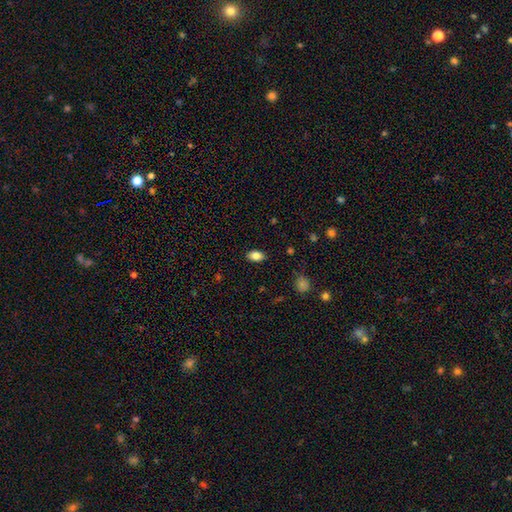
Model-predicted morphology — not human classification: smooth-or-featured: smooth: 84% | star or artifact: 9% | featured or disk: 7%
  how-rounded: in between: 88% | round: 11% | cigar-shaped: 2%
  merging: none: 86% | minor disturbance: 11% | major disturbance: 2% | merger: 1%